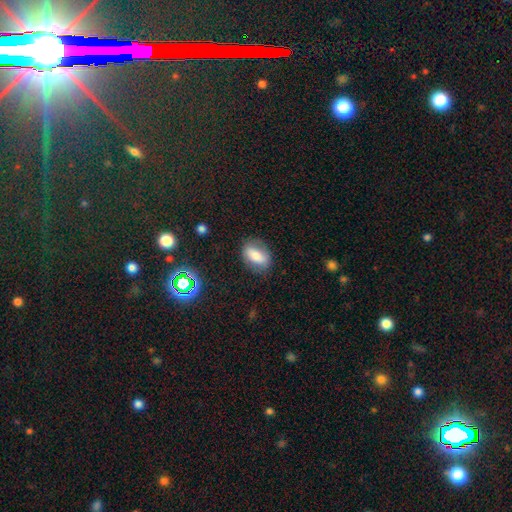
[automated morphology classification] Overall: smooth (67%). How rounded: in between (83%). Merging: none (78%).